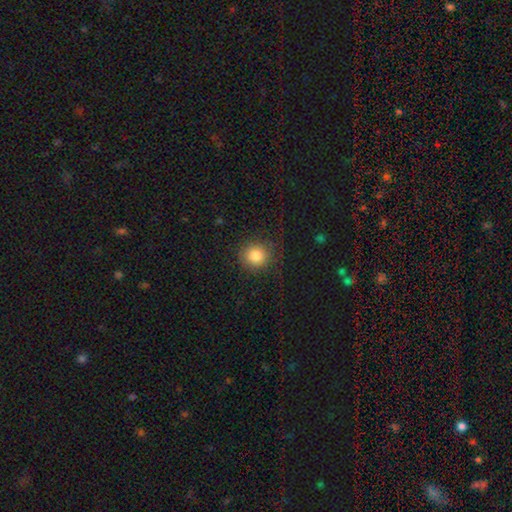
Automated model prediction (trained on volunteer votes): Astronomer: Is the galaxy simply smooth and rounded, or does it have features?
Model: smooth — 84%.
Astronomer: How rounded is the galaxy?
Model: round — 91%.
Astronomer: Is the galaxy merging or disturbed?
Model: none — 84%.